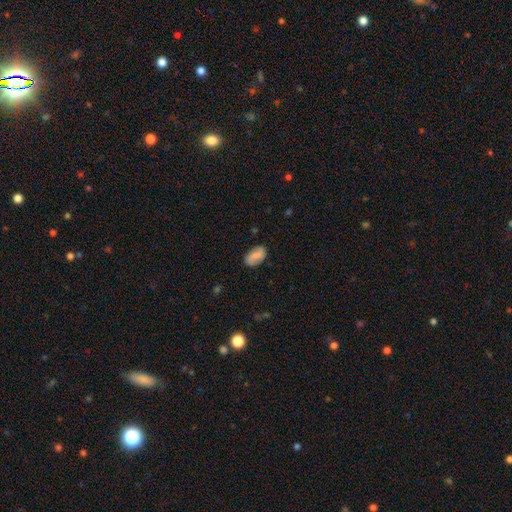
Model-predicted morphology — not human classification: type=smooth (66%); roundness=in between (92%); merging=none (82%).